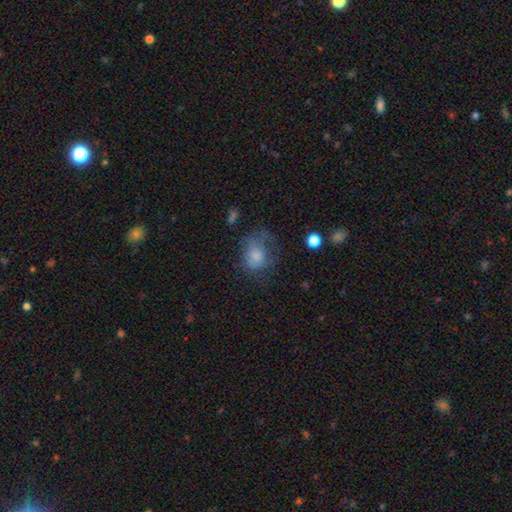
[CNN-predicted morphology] Smooth or featured: smooth — 64% (featured or disk — 22%)
How rounded: round — 55% (in between — 43%)
Merging: none — 44% (major disturbance — 27%)